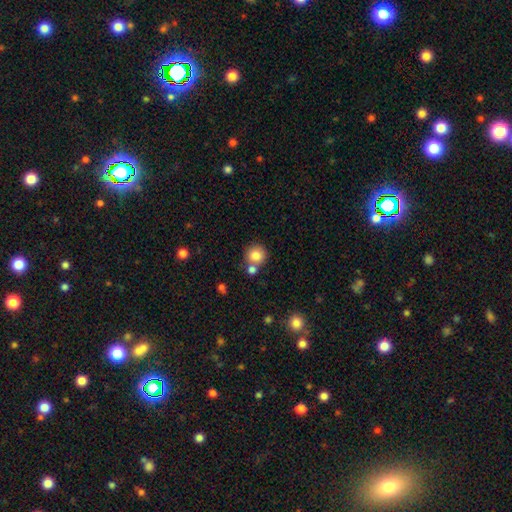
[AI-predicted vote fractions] Smooth or featured? Predicted: smooth (p=0.83). How rounded? Predicted: round (p=0.90). Merging? Predicted: none (p=0.67).